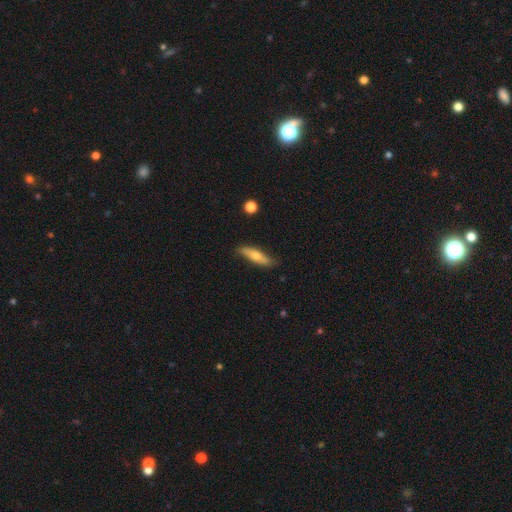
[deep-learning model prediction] smooth-or-featured: smooth: 59% | featured or disk: 35% | star or artifact: 6%
  how-rounded: cigar-shaped: 61% | in between: 36% | round: 2%
  merging: none: 79% | minor disturbance: 17% | major disturbance: 3% | merger: 2%